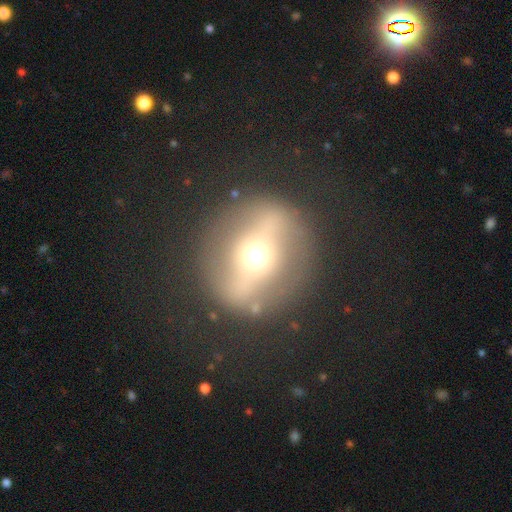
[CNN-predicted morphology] smooth-or-featured: featured or disk: 65% | smooth: 25% | star or artifact: 10%
  disk-edge-on: no: 75% | yes: 25%
  merging: none: 84% | minor disturbance: 8% | major disturbance: 6% | merger: 1%